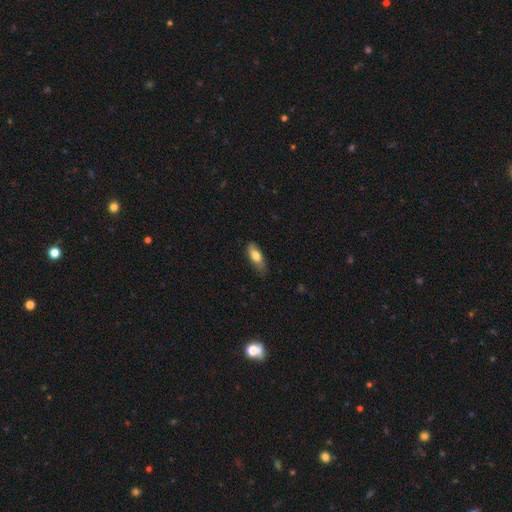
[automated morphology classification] Q: Smooth or featured?
A: smooth (75%); runner-up: featured or disk (19%)
Q: How rounded?
A: in between (71%); runner-up: cigar-shaped (26%)
Q: Merging?
A: none (73%); runner-up: minor disturbance (22%)